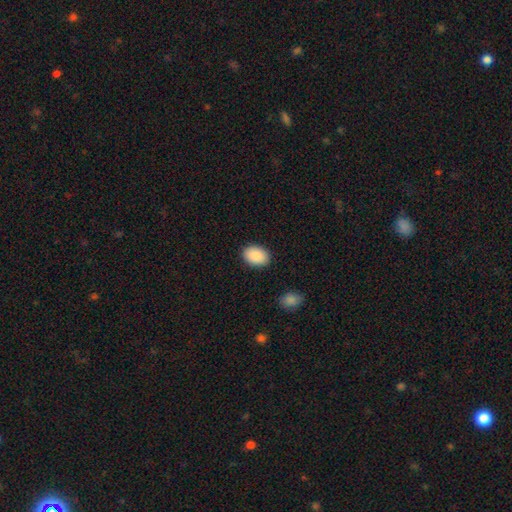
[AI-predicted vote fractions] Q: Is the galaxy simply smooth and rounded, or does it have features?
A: smooth — 90%.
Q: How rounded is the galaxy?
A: in between — 85%.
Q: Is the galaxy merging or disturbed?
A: none — 89%.